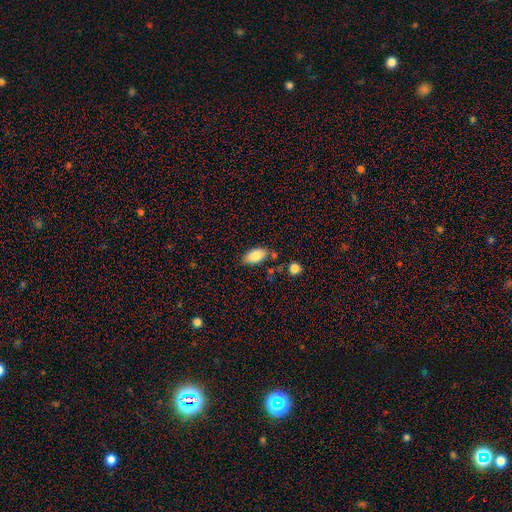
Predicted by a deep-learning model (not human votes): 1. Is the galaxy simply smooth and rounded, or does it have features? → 85% smooth, 8% featured or disk, 7% star or artifact.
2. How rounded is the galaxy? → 92% in between, 5% cigar-shaped, 3% round.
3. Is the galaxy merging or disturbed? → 73% none, 17% minor disturbance, 6% merger, 4% major disturbance.